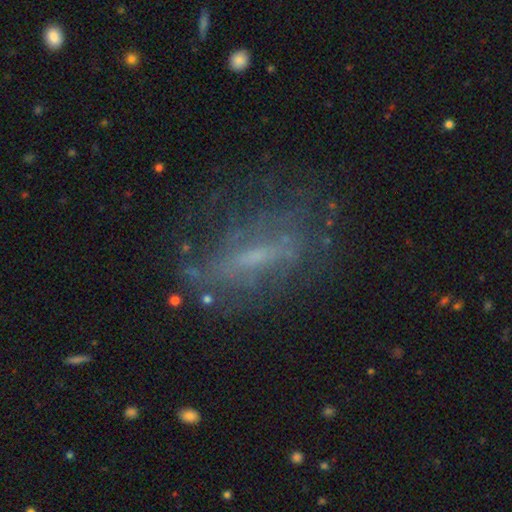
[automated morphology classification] Overall: featured or disk (61%; smooth 25%). Edge-on disk: no (78%). Merging: none (61%).